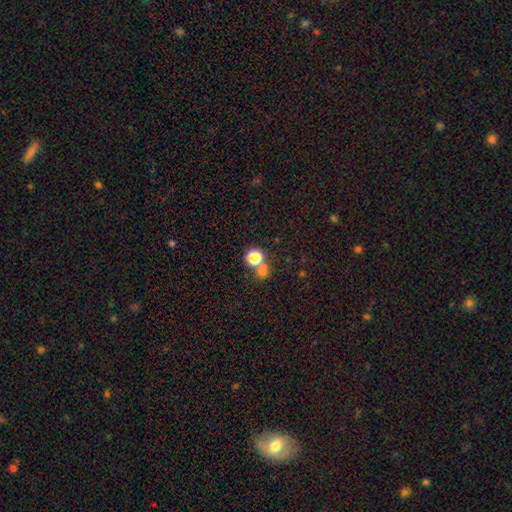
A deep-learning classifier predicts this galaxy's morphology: Smooth or featured? Predicted: smooth (p=0.55). How rounded? Predicted: round (p=0.84). Merging? Predicted: none (p=0.58).